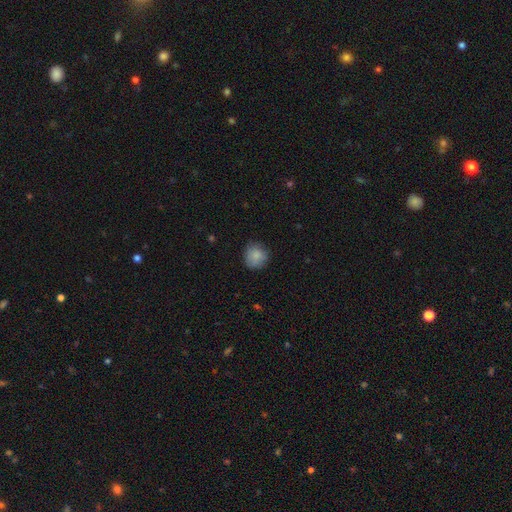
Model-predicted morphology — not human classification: Overall: smooth (85%). How rounded: round (87%). Merging: none (78%).